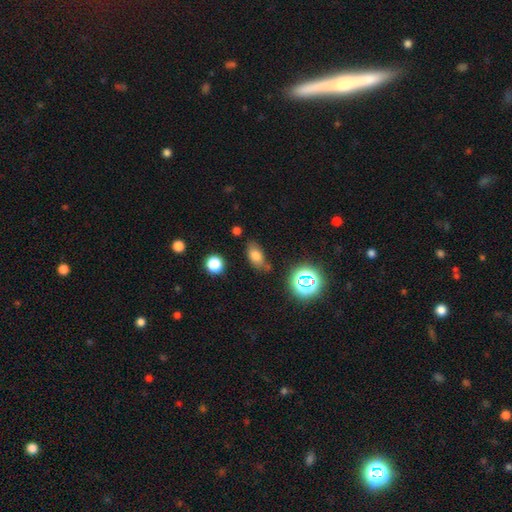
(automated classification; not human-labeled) This is likely a smooth galaxy (73%). How rounded: clearly in between (86%). Merging: likely none (71%).